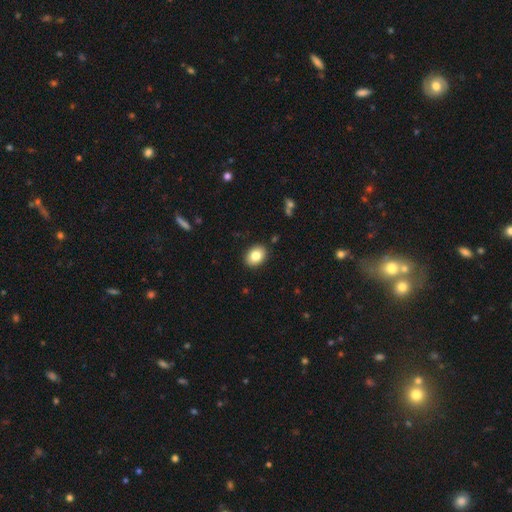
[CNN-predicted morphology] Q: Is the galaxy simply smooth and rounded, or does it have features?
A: smooth — 83%.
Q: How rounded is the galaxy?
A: in between — 73%.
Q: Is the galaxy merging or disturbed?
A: none — 90%.